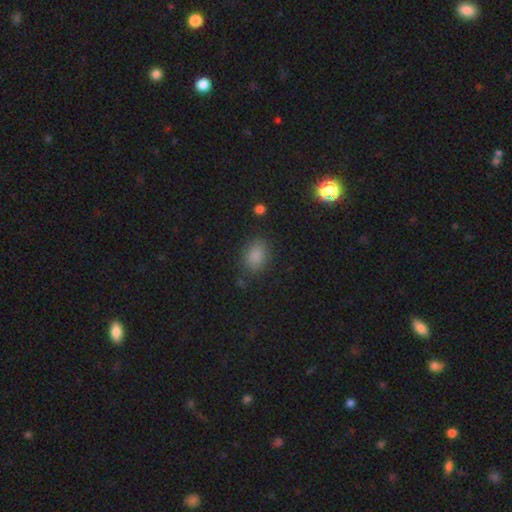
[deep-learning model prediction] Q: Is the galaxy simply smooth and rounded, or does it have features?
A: smooth — 83%.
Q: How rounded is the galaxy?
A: in between — 71%.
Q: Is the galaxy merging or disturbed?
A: none — 81%.